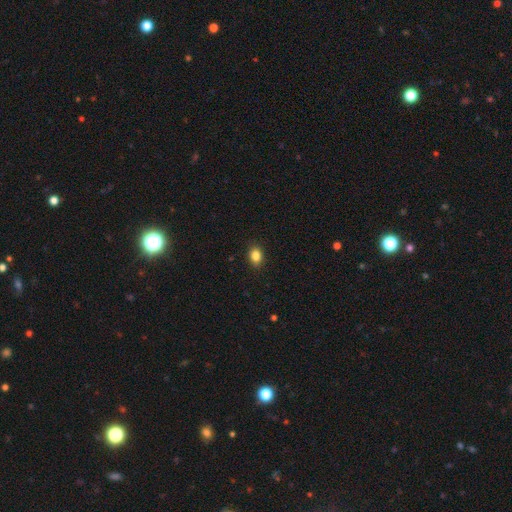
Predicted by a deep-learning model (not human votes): The model was most divided on "how rounded": in between: 62%, round: 37%, cigar-shaped: 1%. More confident: merging — none (89%); smooth or featured — smooth (85%).